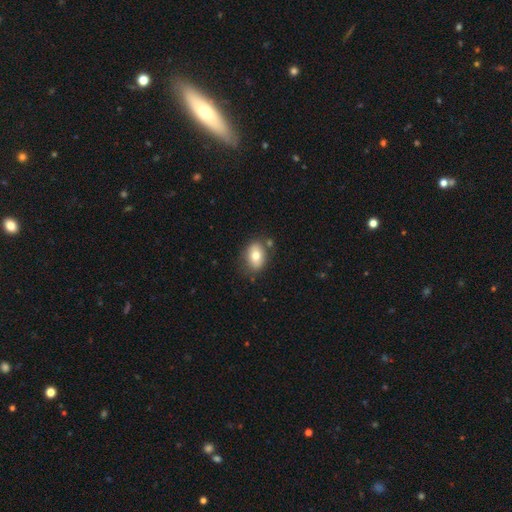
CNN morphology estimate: Q: Smooth or featured?
A: smooth (75%); runner-up: featured or disk (17%)
Q: How rounded?
A: in between (79%); runner-up: round (20%)
Q: Merging?
A: none (73%); runner-up: minor disturbance (16%)